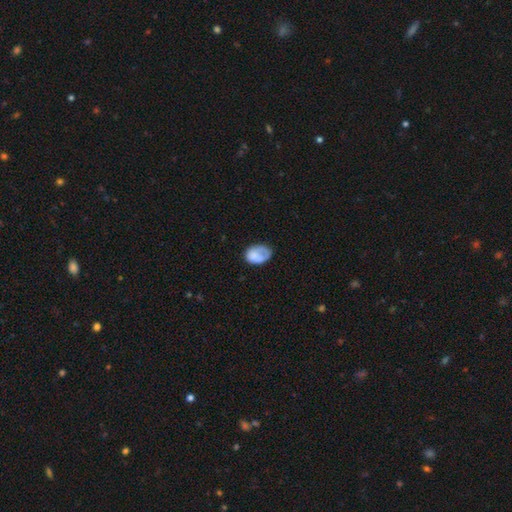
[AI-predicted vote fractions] A smooth galaxy with no disk features (74%) that is in between round and cigar-shaped (80%).

Vote fractions:
- Smooth or featured? smooth: 74% / featured or disk: 19% / star or artifact: 7%
- How rounded? in between: 80% / round: 19% / cigar-shaped: 1%
- Merging? none: 48% / minor disturbance: 30% / major disturbance: 19% / merger: 3%